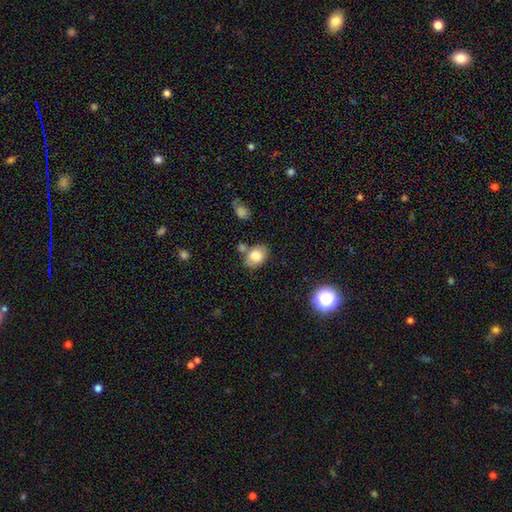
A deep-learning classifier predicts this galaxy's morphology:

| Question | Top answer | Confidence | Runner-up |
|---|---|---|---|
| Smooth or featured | smooth | 77% | featured or disk (14%) |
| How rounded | in between | 71% | round (28%) |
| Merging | none | 66% | minor disturbance (17%) |